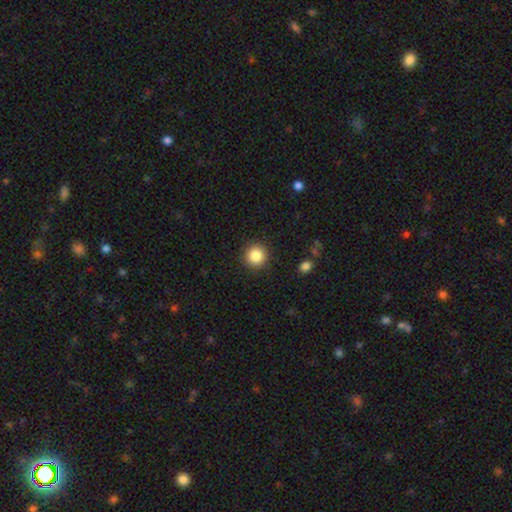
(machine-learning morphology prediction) This appears to be a smooth galaxy with no disk features (85%) that is round (94%). Merging: none (91%).